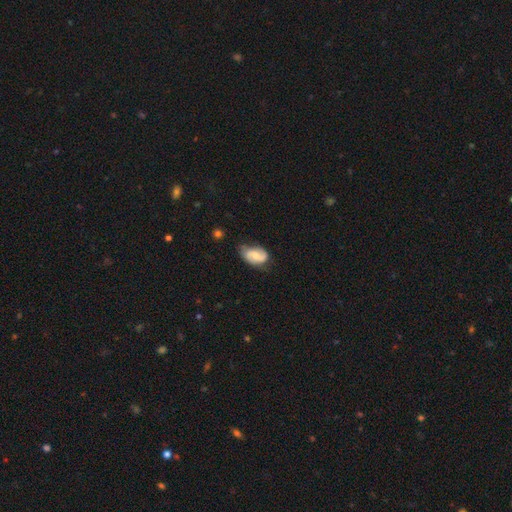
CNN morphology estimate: The model was most divided on "smooth or featured": featured or disk: 52%, smooth: 42%, star or artifact: 7%. More confident: edge-on disk — no (97%); merging — none (54%).